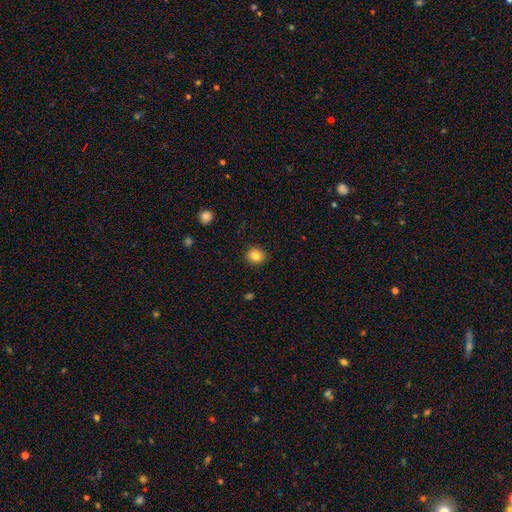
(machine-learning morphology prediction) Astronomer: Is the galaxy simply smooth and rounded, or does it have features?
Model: smooth — 83%.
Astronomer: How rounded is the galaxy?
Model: round — 83%.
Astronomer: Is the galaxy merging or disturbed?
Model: none — 91%.